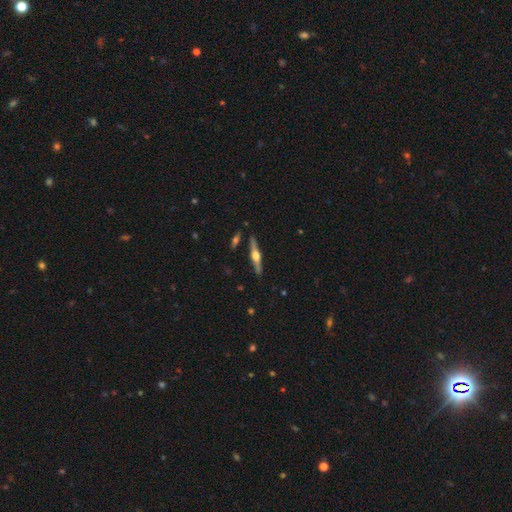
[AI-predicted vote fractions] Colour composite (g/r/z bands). It shows a featured or disk galaxy (76%) viewed edge-on (98%) with a rounded central bulge (95%). Merging: none (89%).